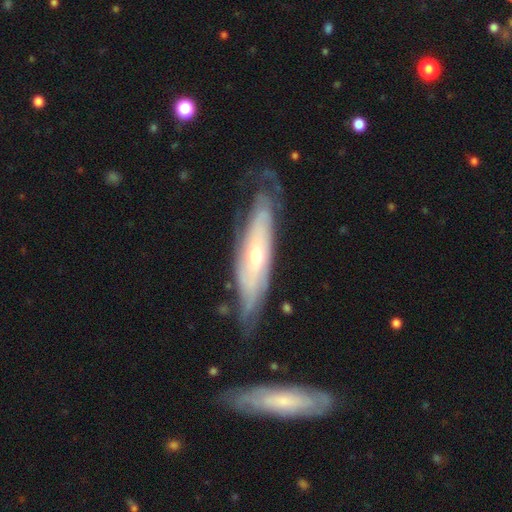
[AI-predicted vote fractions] A featured or disk galaxy (74%). Merging: none (64%).